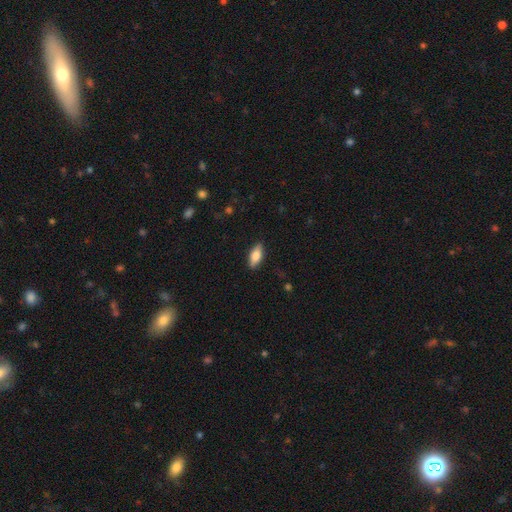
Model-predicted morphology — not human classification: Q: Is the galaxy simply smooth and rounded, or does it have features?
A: smooth — 74%.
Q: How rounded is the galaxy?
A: in between — 79%.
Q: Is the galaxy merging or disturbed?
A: none — 88%.